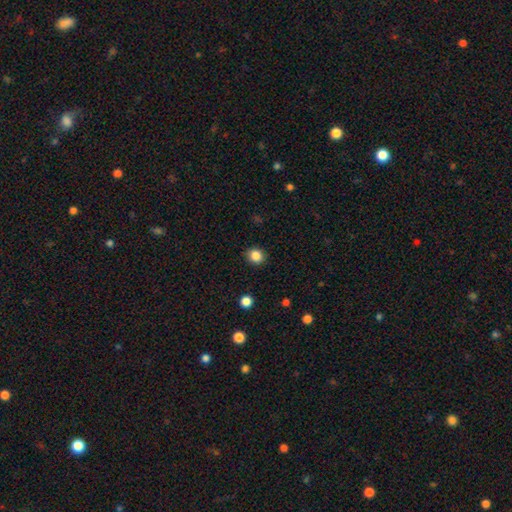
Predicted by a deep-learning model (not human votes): Smooth or featured?
  - smooth: 85% *
  - star or artifact: 11%
  - featured or disk: 4%
How rounded?
  - round: 82% *
  - in between: 17%
  - cigar-shaped: 1%
Merging?
  - none: 90% *
  - minor disturbance: 7%
  - major disturbance: 2%
  - merger: 1%